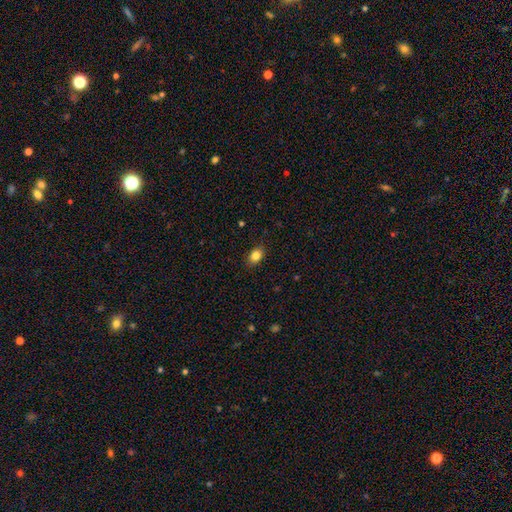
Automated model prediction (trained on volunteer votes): Morphology: type=smooth (85%); roundness=in between (72%); merging=none (87%).